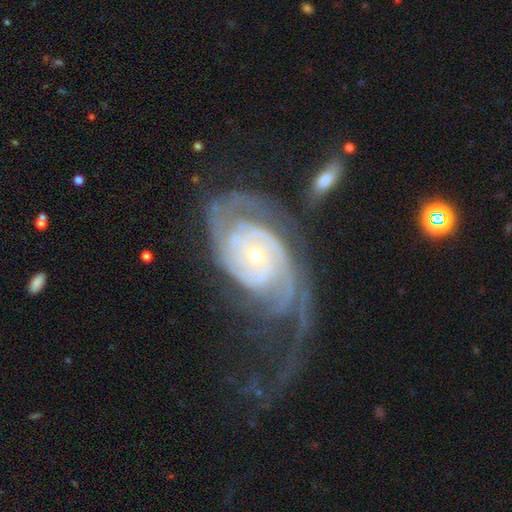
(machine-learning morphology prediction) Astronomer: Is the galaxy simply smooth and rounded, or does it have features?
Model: featured or disk — 91%.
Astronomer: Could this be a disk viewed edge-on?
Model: no — 97%.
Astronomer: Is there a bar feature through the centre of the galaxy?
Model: no — 70%.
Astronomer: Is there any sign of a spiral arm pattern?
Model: yes — 97%.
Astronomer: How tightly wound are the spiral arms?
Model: tight — 60%.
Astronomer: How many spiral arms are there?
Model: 2 — 45%.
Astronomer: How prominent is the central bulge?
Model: small — 50% (runner-up: moderate, 46%).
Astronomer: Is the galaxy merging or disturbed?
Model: none — 38% (runner-up: major disturbance, 37%).